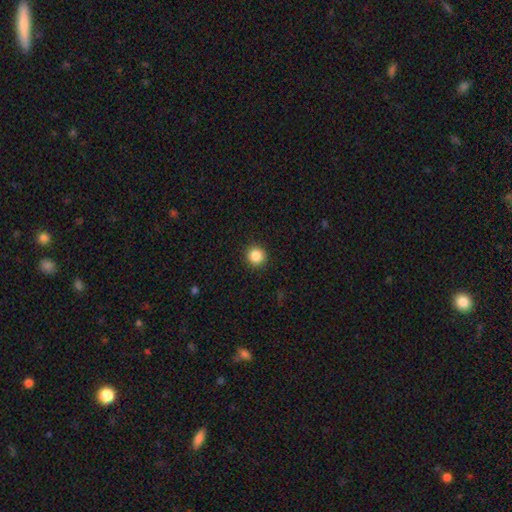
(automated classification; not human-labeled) This appears to be a smooth galaxy with no disk features (86%) that is round (94%). Merging: none (92%).